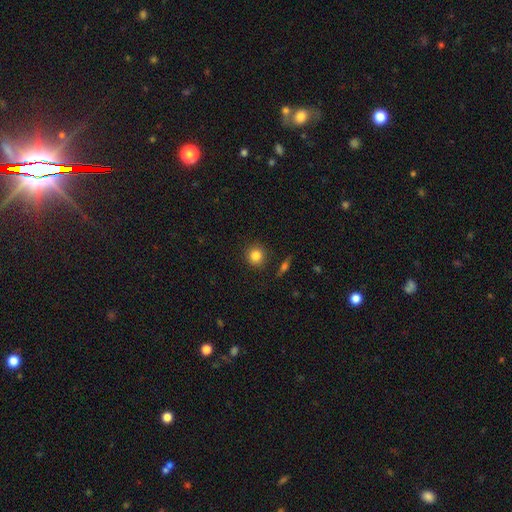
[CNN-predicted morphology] smooth-or-featured: smooth: 84% | star or artifact: 10% | featured or disk: 6%
  how-rounded: round: 90% | in between: 9% | cigar-shaped: 1%
  merging: none: 88% | minor disturbance: 8% | major disturbance: 2% | merger: 2%